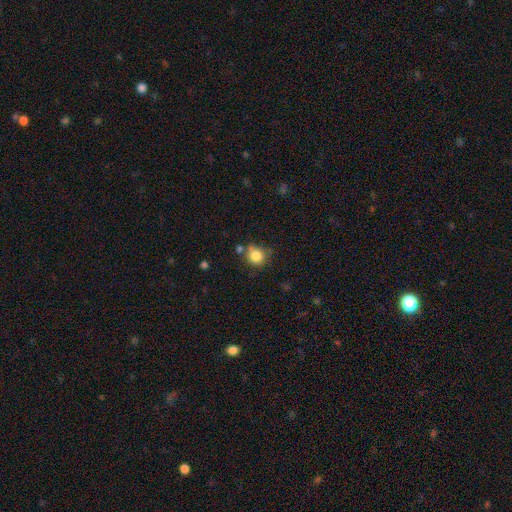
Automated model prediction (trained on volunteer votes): This appears to be a smooth galaxy with no disk features (83%) that is round (88%). Merging: none (67%).